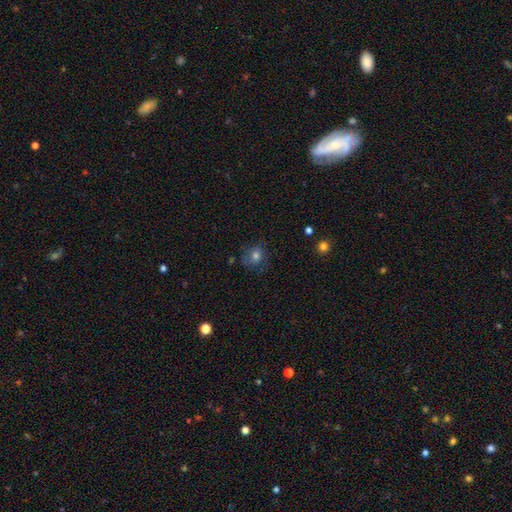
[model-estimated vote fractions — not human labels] Overall: smooth (68%). How rounded: round (68%; in between 31%). Merging: none (68%).